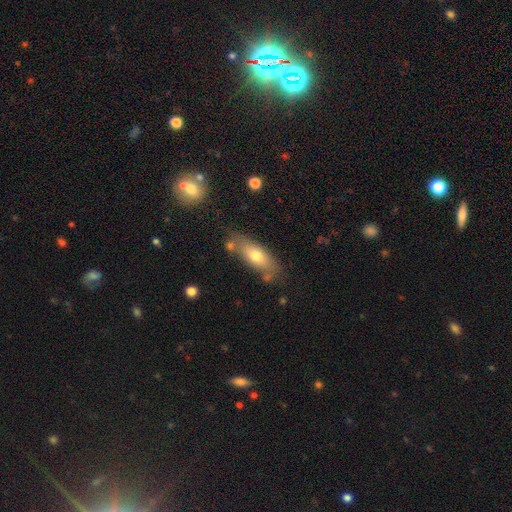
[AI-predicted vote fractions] smooth-or-featured: smooth: 69% | featured or disk: 24% | star or artifact: 7%
  how-rounded: in between: 69% | cigar-shaped: 28% | round: 3%
  merging: none: 68% | minor disturbance: 19% | merger: 8% | major disturbance: 5%